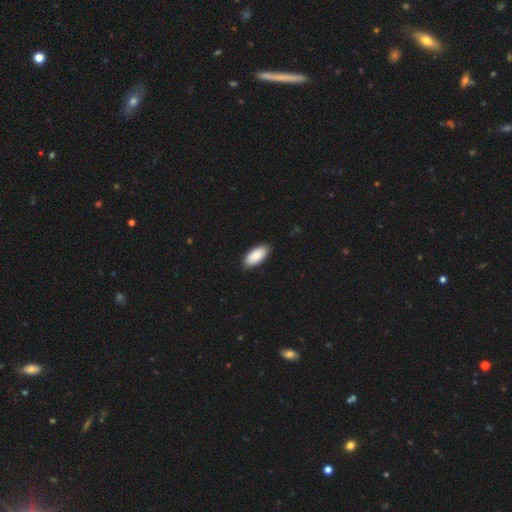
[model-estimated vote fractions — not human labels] Q: Smooth or featured?
A: smooth (91%); runner-up: star or artifact (5%)
Q: How rounded?
A: in between (91%); runner-up: cigar-shaped (7%)
Q: Merging?
A: none (89%); runner-up: minor disturbance (9%)